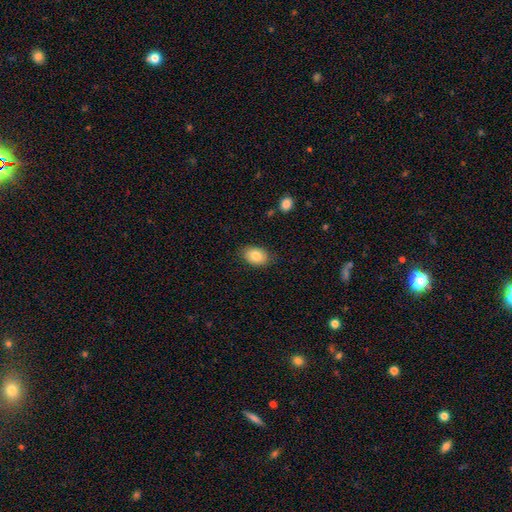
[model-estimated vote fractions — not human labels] The model was most divided on "how rounded": in between: 82%, round: 17%, cigar-shaped: 1%. More confident: merging — none (84%); smooth or featured — smooth (83%).